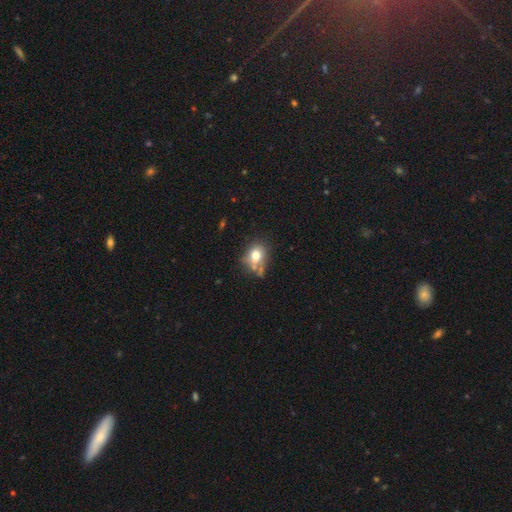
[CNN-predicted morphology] Overall: smooth (72%). How rounded: round (53%; in between 46%). Merging: none (46%; minor disturbance 23%).